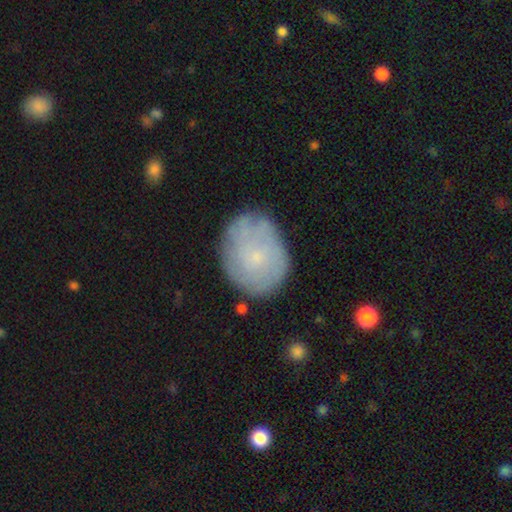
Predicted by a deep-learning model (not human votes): smooth-or-featured: smooth: 49% | featured or disk: 43% | star or artifact: 8%
  merging: none: 75% | minor disturbance: 18% | major disturbance: 5% | merger: 2%